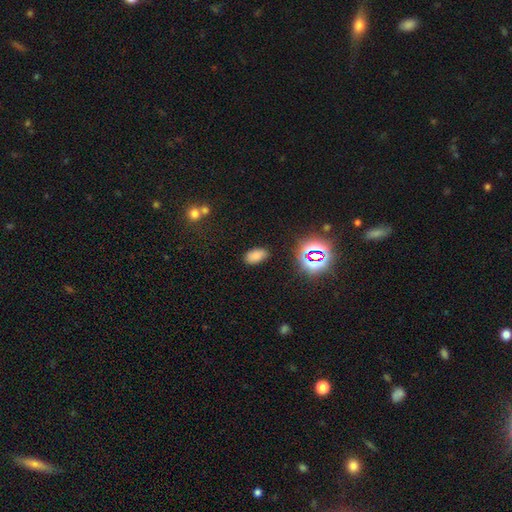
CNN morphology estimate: smooth_or_featured: smooth (p=0.75) [alt: star or artifact p=0.18]
how_rounded: in between (p=0.92) [alt: round p=0.06]
merging: none (p=0.84) [alt: minor disturbance p=0.11]